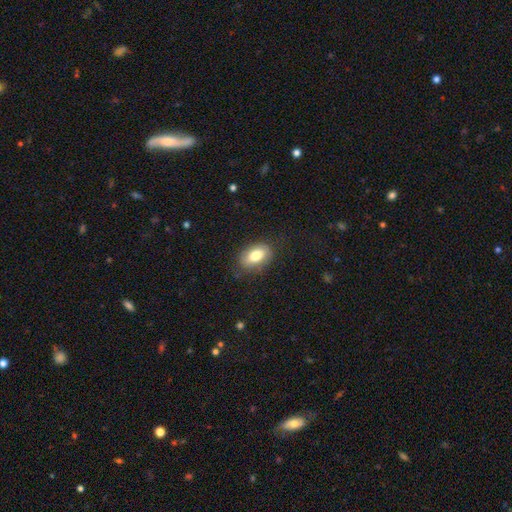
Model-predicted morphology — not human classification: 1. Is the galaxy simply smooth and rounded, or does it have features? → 78% smooth, 14% featured or disk, 7% star or artifact.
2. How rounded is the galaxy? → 89% in between, 9% round, 2% cigar-shaped.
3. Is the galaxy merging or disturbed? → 79% none, 16% minor disturbance, 4% major disturbance, 1% merger.